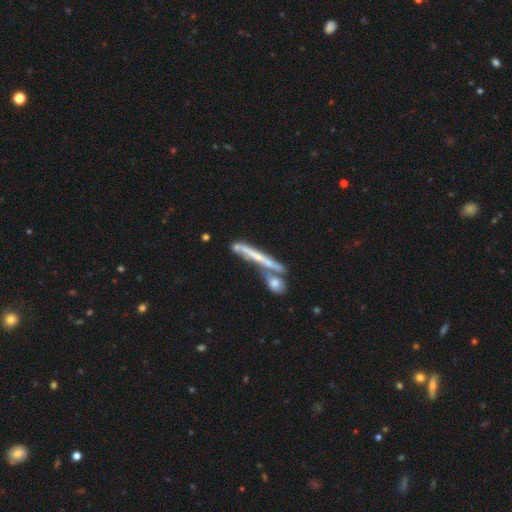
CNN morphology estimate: Smooth or featured?
  - featured or disk: 57% *
  - smooth: 34%
  - star or artifact: 9%
Edge-on disk?
  - yes: 87% *
  - no: 13%
Merging?
  - none: 52% *
  - merger: 29%
  - minor disturbance: 13%
  - major disturbance: 6%